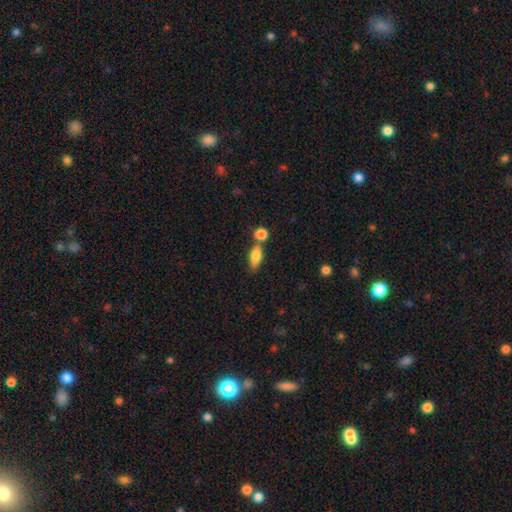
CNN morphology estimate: Smooth or featured? smooth (77%)
How rounded? in between (68%)
Merging? none (60%)